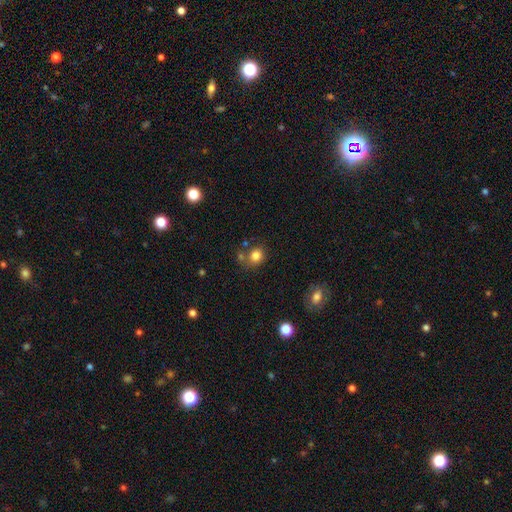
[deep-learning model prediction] Smooth or featured: smooth — 81% (star or artifact — 12%)
How rounded: round — 73% (in between — 26%)
Merging: none — 64% (merger — 17%)